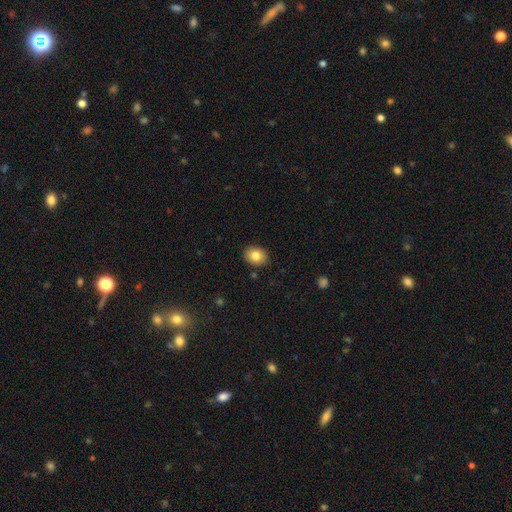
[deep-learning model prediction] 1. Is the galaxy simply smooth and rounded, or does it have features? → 82% smooth, 9% featured or disk, 9% star or artifact.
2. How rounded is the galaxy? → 51% in between, 48% round, 1% cigar-shaped.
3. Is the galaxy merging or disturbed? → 88% none, 8% minor disturbance, 2% major disturbance, 1% merger.